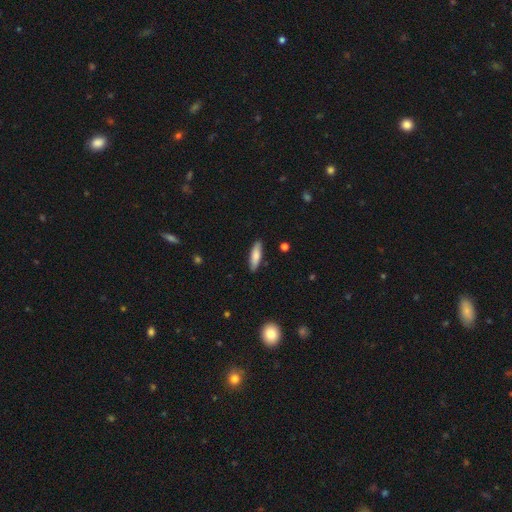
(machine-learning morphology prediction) Smooth or featured? smooth (79%)
How rounded? cigar-shaped (63%)
Merging? none (87%)